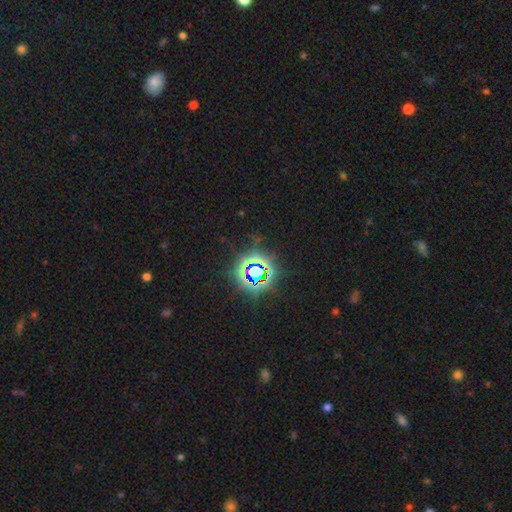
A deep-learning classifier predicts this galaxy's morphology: Overall: star or artifact (78%).